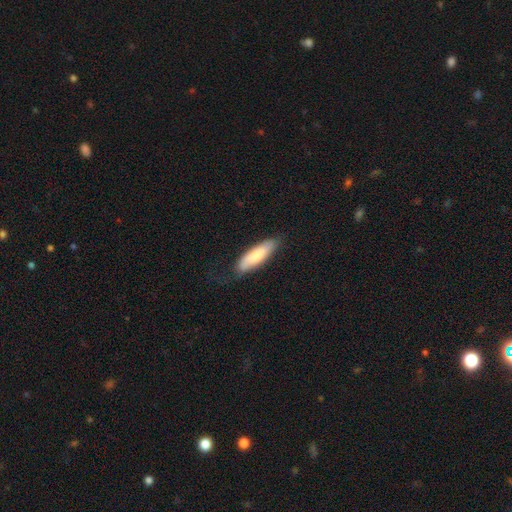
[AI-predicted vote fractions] smooth 74%, featured or disk 21%, star or artifact 5%. Down the decision tree: how rounded — cigar-shaped (54%); merging — none (69%).